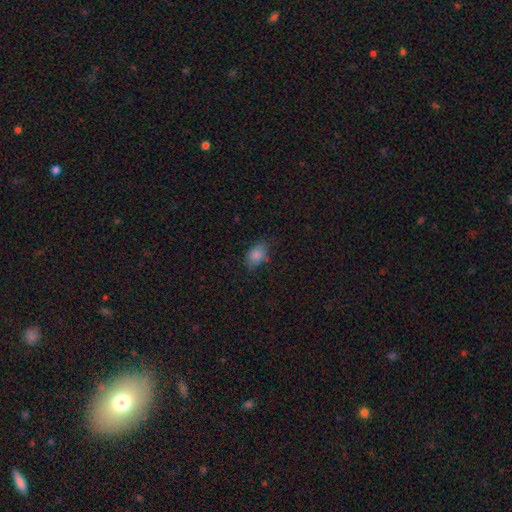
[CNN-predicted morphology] A smooth galaxy with no disk features (85%) that is in between round and cigar-shaped (85%). Merging: none (72%).